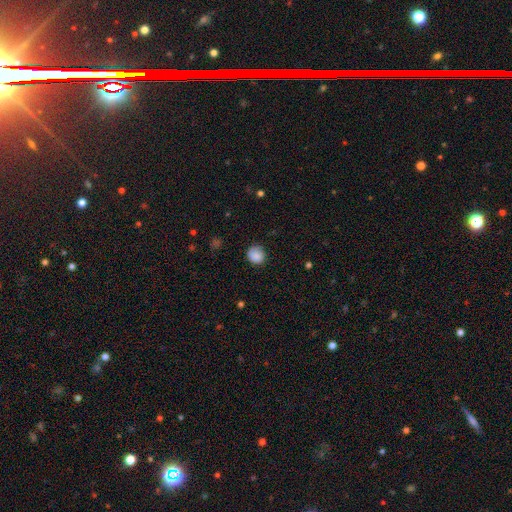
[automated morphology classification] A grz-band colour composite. It shows a smooth galaxy with no disk features (87%) that is round (83%). Merging: none (78%).